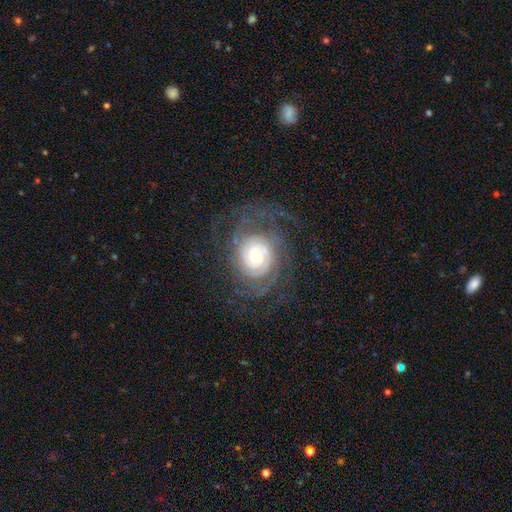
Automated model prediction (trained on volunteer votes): A featured or disk galaxy (79%) with no bar (75%), 2 (34%) tight (51%) spiral arms (92%) and a moderate central bulge (39%).

Vote fractions:
- Smooth or featured? featured or disk: 79% / smooth: 13% / star or artifact: 8%
- Edge-on disk? no: 97% / yes: 3%
- Bar? no: 75% / weak: 19% / strong: 6%
- Spiral arms? yes: 92% / no: 8%
- Spiral winding? tight: 51% / medium: 35% / loose: 14%
- Spiral arm count? 2: 34% / can't tell: 27% / 3: 17% / 4: 8% / 1: 7% / more than 4: 6%
- Bulge size? moderate: 39% / small: 29% / large: 25% / dominant: 6% / none: 2%
- Merging? none: 69% / major disturbance: 16% / minor disturbance: 13% / merger: 1%